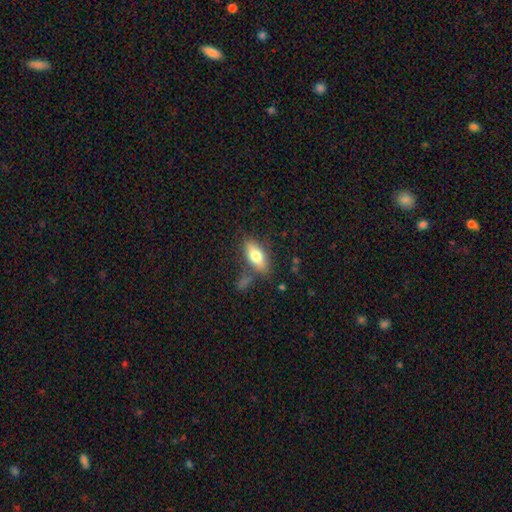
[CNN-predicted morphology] Smooth or featured? smooth (74%)
How rounded? in between (83%)
Merging? none (73%)